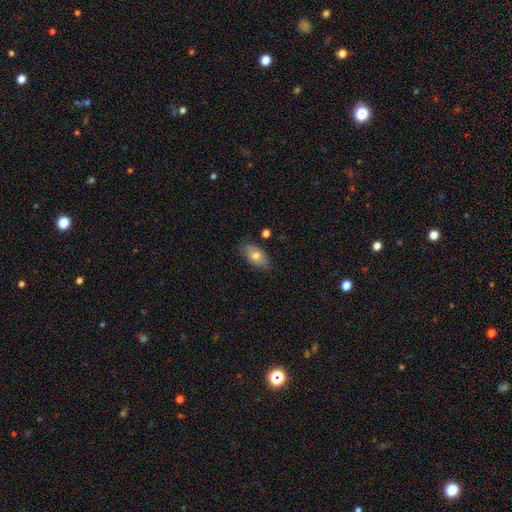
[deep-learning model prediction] The model was most divided on "smooth or featured": smooth: 72%, featured or disk: 20%, star or artifact: 7%. More confident: how rounded — in between (91%); merging — none (80%).